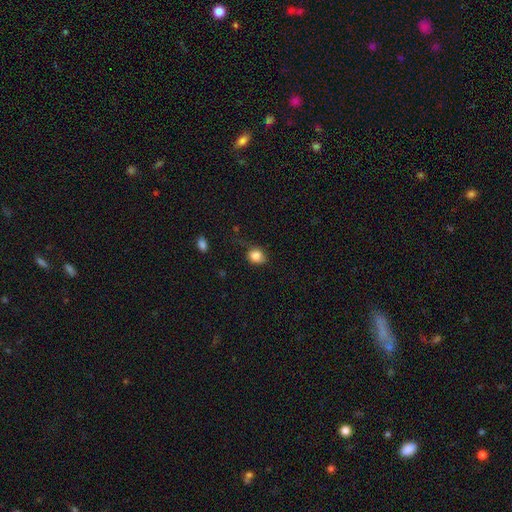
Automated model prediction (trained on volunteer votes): This is clearly a smooth galaxy (83%). How rounded: likely round (61%). Merging: possibly none (58%).